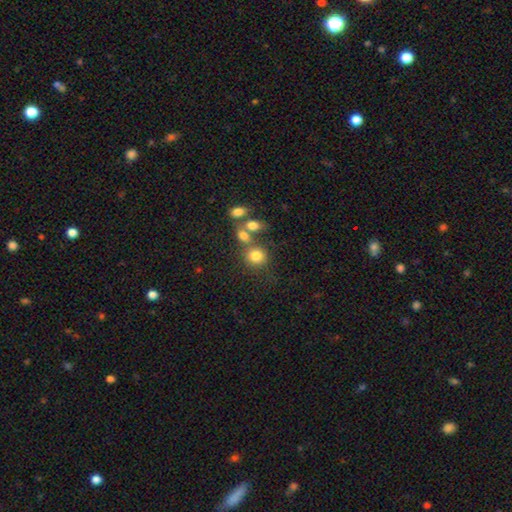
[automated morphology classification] Smooth or featured? Predicted: smooth (p=0.78). How rounded? Predicted: round (p=0.75). Merging? Predicted: none (p=0.56).